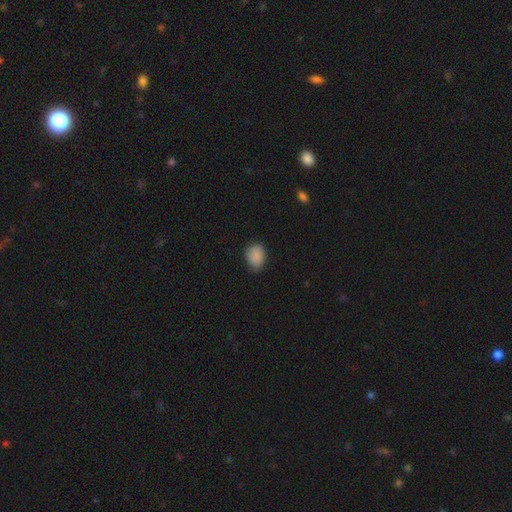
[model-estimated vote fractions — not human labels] smooth 88%, star or artifact 8%, featured or disk 4%. Down the decision tree: how rounded — in between (68%); merging — none (73%).